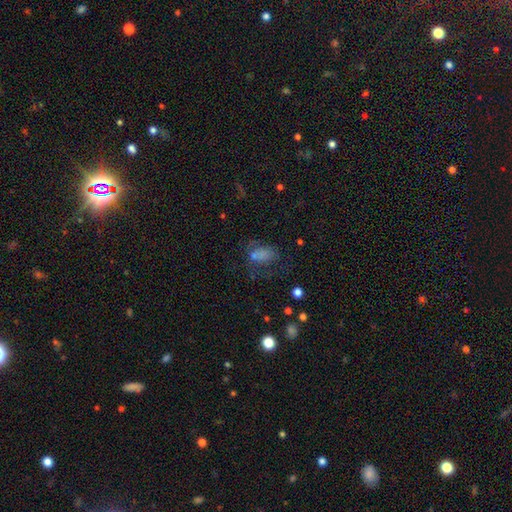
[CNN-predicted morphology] smooth_or_featured: smooth (p=0.52) [alt: star or artifact p=0.25]
how_rounded: in between (p=0.78) [alt: round p=0.19]
merging: none (p=0.42) [alt: major disturbance p=0.30]